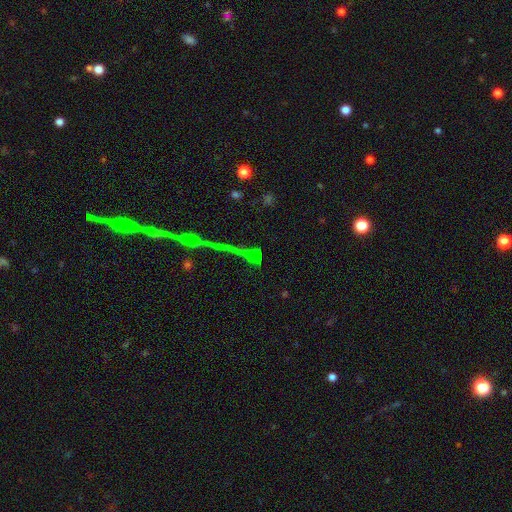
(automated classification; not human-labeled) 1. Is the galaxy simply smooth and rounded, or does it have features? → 70% star or artifact, 16% smooth, 14% featured or disk.